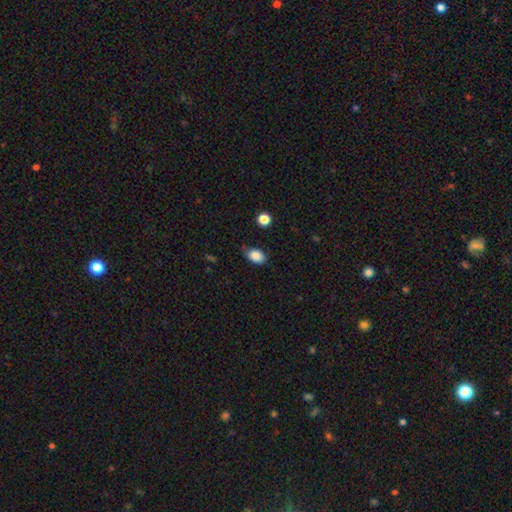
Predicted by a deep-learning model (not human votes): smooth_or_featured: smooth (p=0.87) [alt: star or artifact p=0.09]
how_rounded: in between (p=0.81) [alt: round p=0.17]
merging: none (p=0.69) [alt: minor disturbance p=0.24]